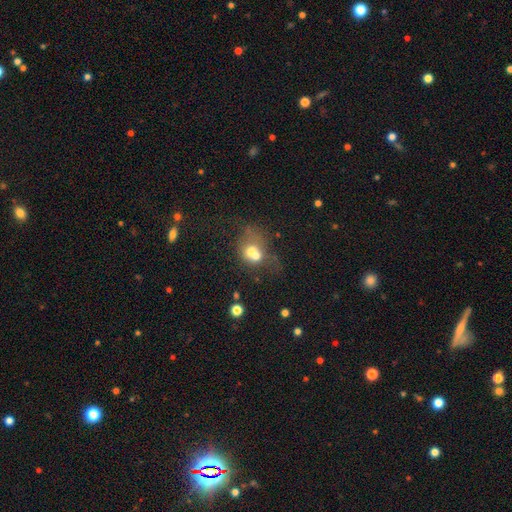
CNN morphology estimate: This is possibly a smooth galaxy (59%). How rounded: likely round (62%). Merging: likely merger (65%).